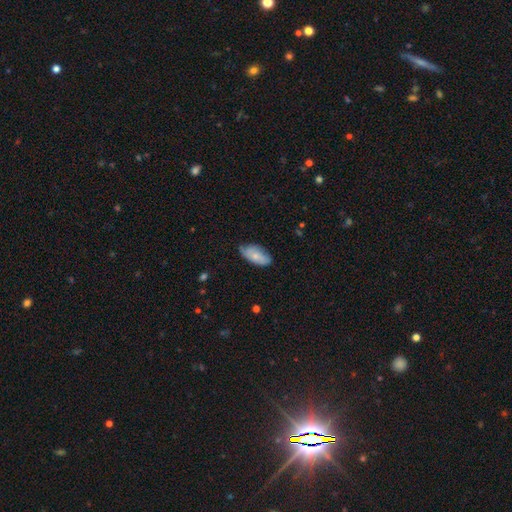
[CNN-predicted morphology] Smooth or featured?
  - smooth: 72% *
  - featured or disk: 22%
  - star or artifact: 6%
How rounded?
  - in between: 91% *
  - cigar-shaped: 6%
  - round: 3%
Merging?
  - none: 66% *
  - minor disturbance: 28%
  - major disturbance: 4%
  - merger: 1%